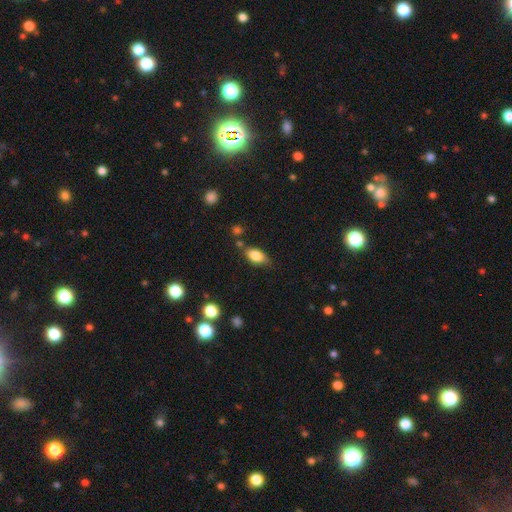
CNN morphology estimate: smooth 82%, featured or disk 10%, star or artifact 8%. Down the decision tree: how rounded — in between (87%); merging — none (70%).